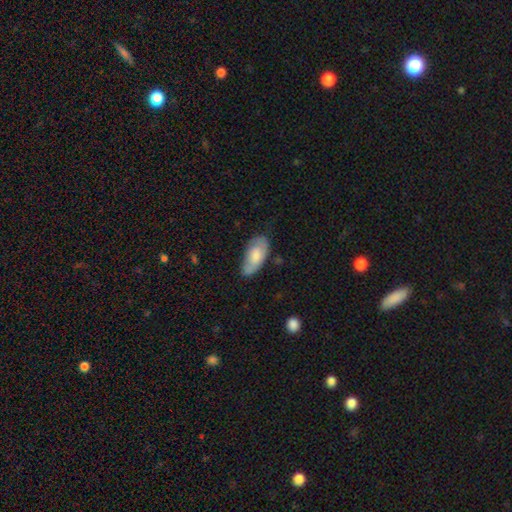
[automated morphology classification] A smooth galaxy with no disk features (68%) that is in between round and cigar-shaped (90%). Merging: none (62%).